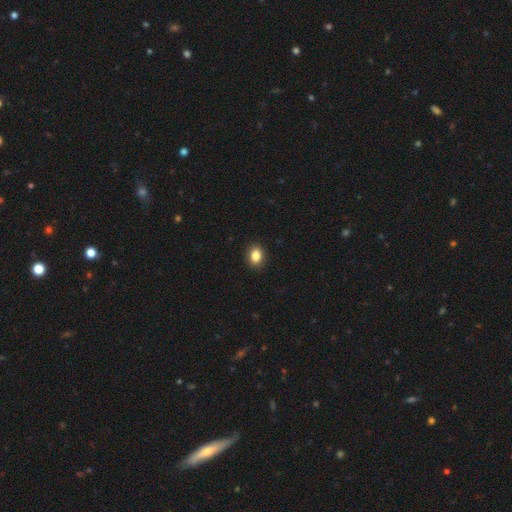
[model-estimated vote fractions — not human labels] Overall: smooth (86%). How rounded: in between (63%; round 36%). Merging: none (90%).